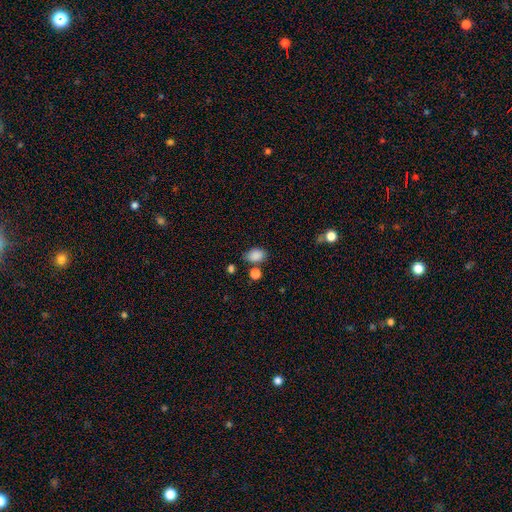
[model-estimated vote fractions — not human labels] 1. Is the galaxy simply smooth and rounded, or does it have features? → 86% smooth, 10% star or artifact, 4% featured or disk.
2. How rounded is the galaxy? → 79% in between, 19% round, 1% cigar-shaped.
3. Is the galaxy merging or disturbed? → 68% none, 18% minor disturbance, 9% merger, 5% major disturbance.